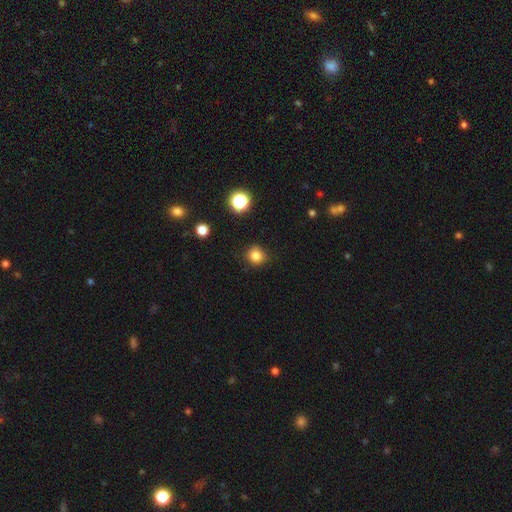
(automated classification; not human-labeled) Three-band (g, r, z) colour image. It shows a smooth galaxy with no disk features (82%) that is round (86%). Merging: none (84%).